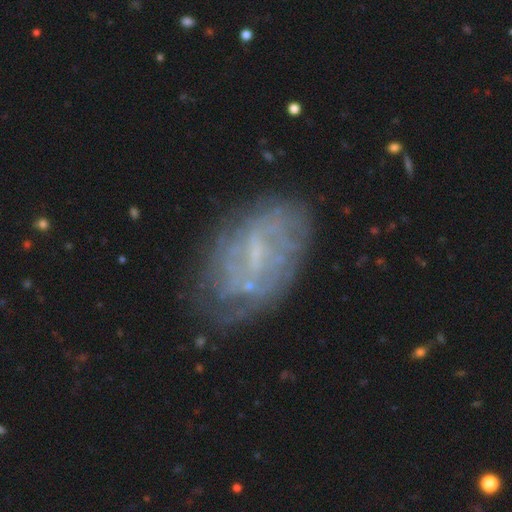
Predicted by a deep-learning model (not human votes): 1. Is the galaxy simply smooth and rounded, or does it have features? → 71% featured or disk, 19% smooth, 10% star or artifact.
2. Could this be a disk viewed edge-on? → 96% no, 4% yes.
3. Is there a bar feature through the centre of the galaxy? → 51% weak, 29% no, 20% strong.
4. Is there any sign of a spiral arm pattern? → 67% yes, 33% no.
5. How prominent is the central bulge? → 45% small, 39% none, 14% moderate, 1% large, 1% dominant.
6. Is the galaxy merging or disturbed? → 64% none, 22% minor disturbance, 11% major disturbance, 3% merger.